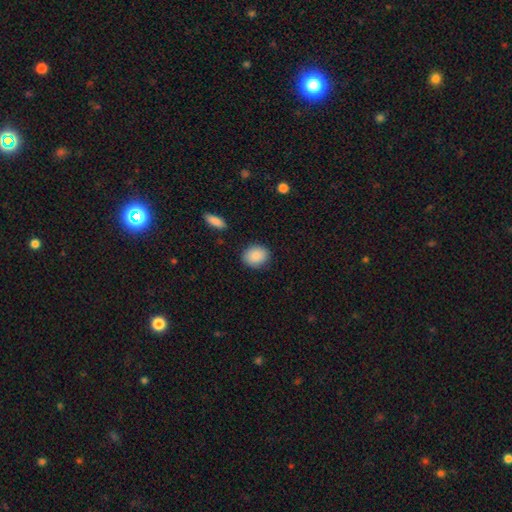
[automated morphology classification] Smooth or featured? Predicted: smooth (p=0.89). How rounded? Predicted: round (p=0.50). Merging? Predicted: none (p=0.87).